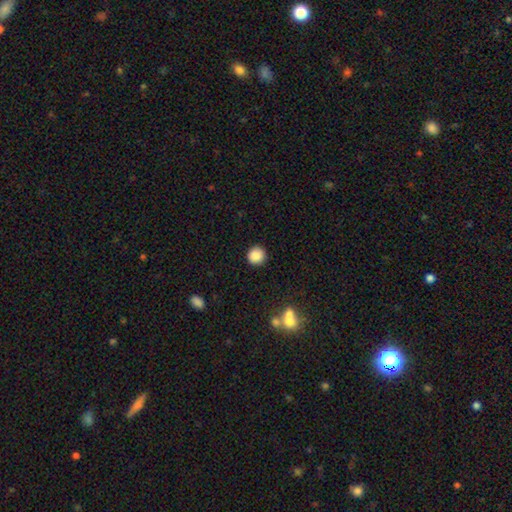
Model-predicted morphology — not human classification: Q: Smooth or featured?
A: smooth (87%); runner-up: star or artifact (9%)
Q: How rounded?
A: round (93%); runner-up: in between (6%)
Q: Merging?
A: none (90%); runner-up: minor disturbance (6%)